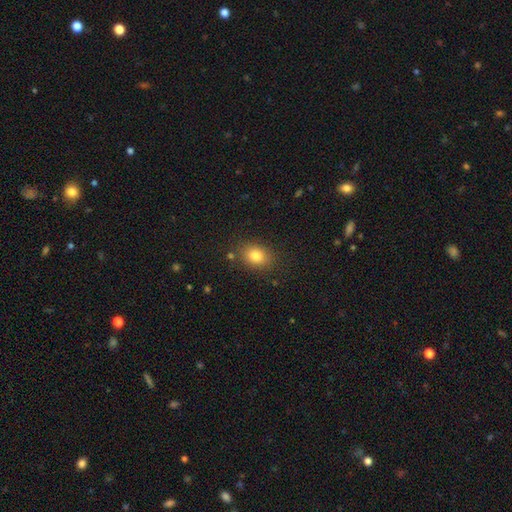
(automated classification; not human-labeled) Q: Smooth or featured?
A: smooth (82%); runner-up: star or artifact (10%)
Q: How rounded?
A: in between (67%); runner-up: round (32%)
Q: Merging?
A: none (83%); runner-up: minor disturbance (11%)